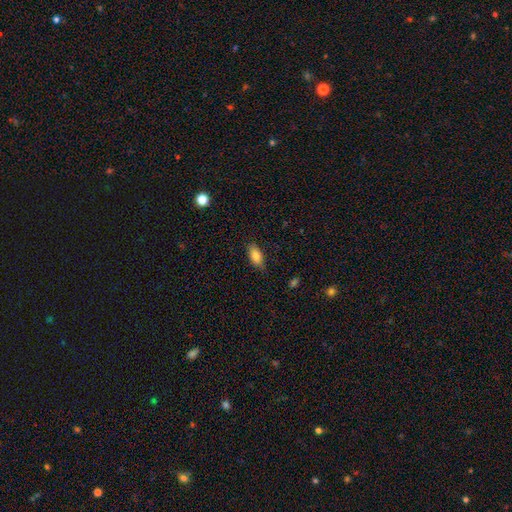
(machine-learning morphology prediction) smooth-or-featured: smooth: 86% | star or artifact: 8% | featured or disk: 7%
  how-rounded: in between: 89% | cigar-shaped: 8% | round: 3%
  merging: none: 80% | minor disturbance: 16% | major disturbance: 3% | merger: 1%